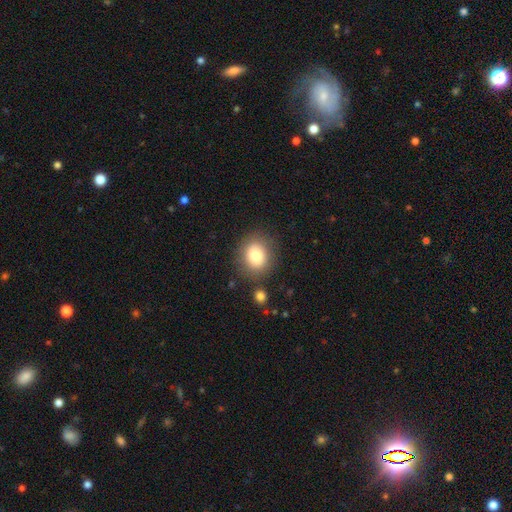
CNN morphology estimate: Overall: smooth (80%). How rounded: round (67%; in between 32%). Merging: none (82%).